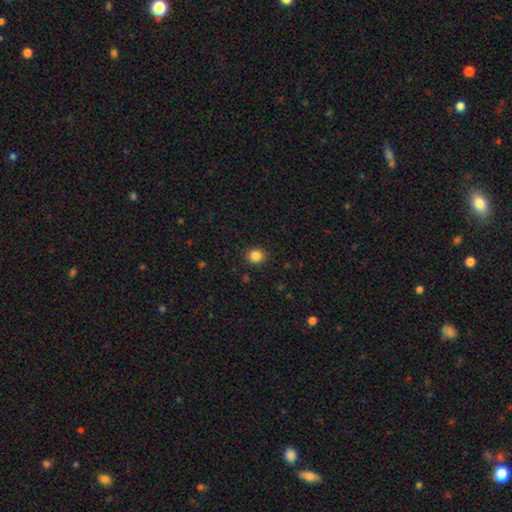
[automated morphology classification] smooth_or_featured: smooth (p=0.85) [alt: star or artifact p=0.11]
how_rounded: round (p=0.83) [alt: in between p=0.16]
merging: none (p=0.90) [alt: minor disturbance p=0.07]